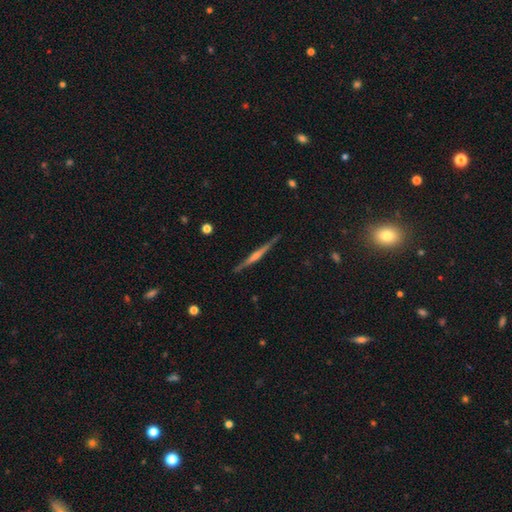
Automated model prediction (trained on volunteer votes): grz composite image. It shows a featured or disk galaxy (77%) viewed edge-on (98%) with a rounded central bulge (66%). Merging: none (90%).